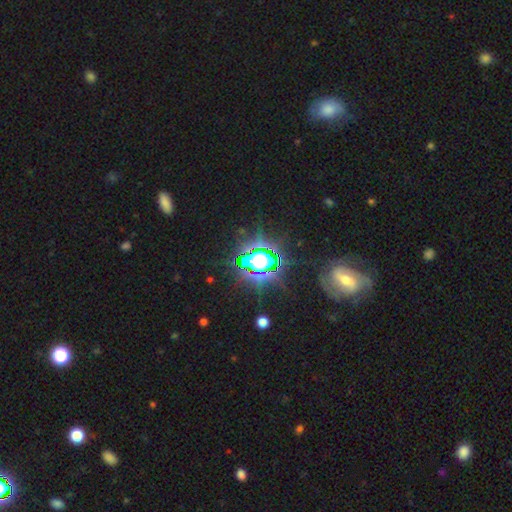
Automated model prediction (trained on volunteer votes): A star or artifact, not a galaxy (70%).

Vote fractions:
- Smooth or featured? star or artifact: 70% / smooth: 15% / featured or disk: 15%